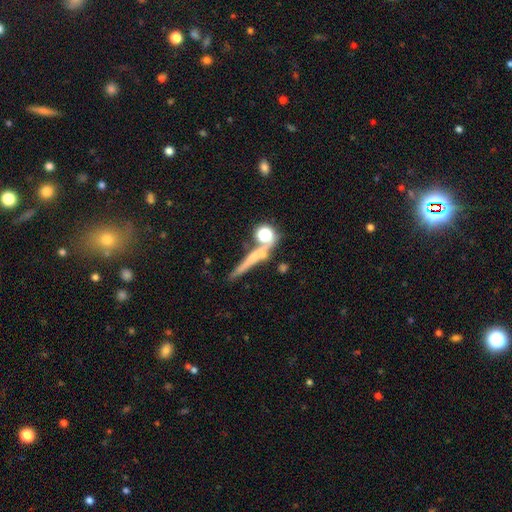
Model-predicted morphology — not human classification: Smooth or featured?
  - smooth: 46% *
  - featured or disk: 37%
  - star or artifact: 17%
Merging?
  - none: 62% *
  - merger: 17%
  - minor disturbance: 13%
  - major disturbance: 8%